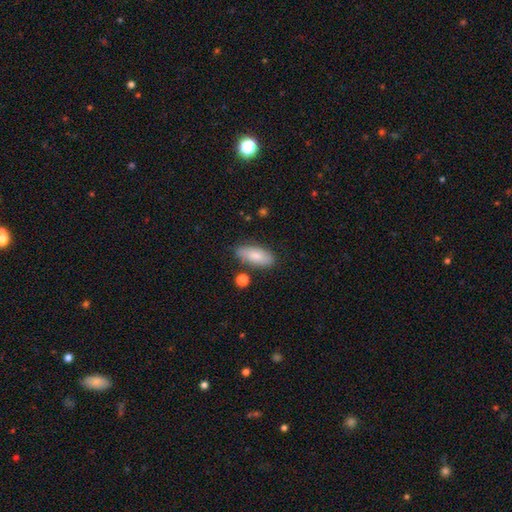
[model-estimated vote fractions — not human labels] A smooth galaxy with no disk features (80%) that is in between round and cigar-shaped (86%). Merging: none (76%).